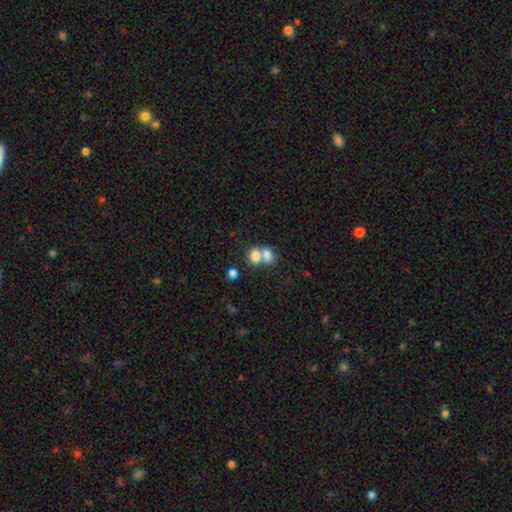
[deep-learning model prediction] The model was most divided on "how rounded": in between: 51%, round: 48%, cigar-shaped: 1%. More confident: smooth or featured — smooth (78%); merging — merger (64%).